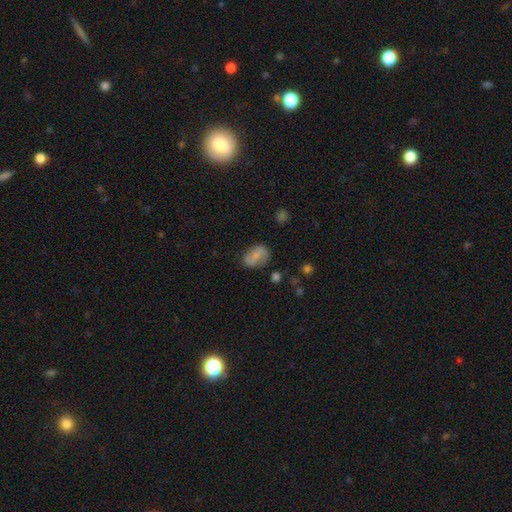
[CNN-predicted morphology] smooth_or_featured: featured or disk (p=0.46) [tied with: smooth p=0.46]
merging: none (p=0.75) [alt: minor disturbance p=0.17]